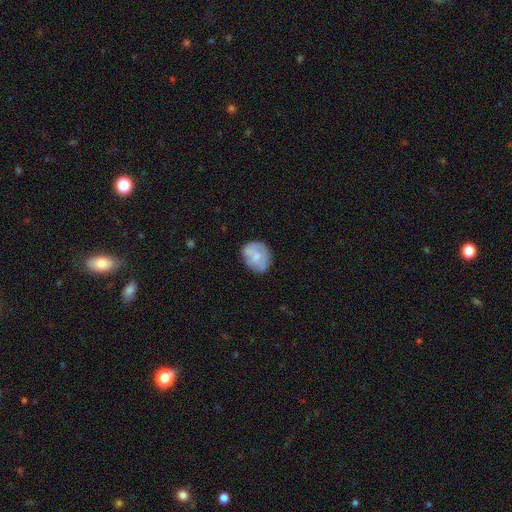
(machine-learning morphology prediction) This is likely a smooth galaxy (60%). How rounded: possibly round (59%). Merging: likely none (66%).